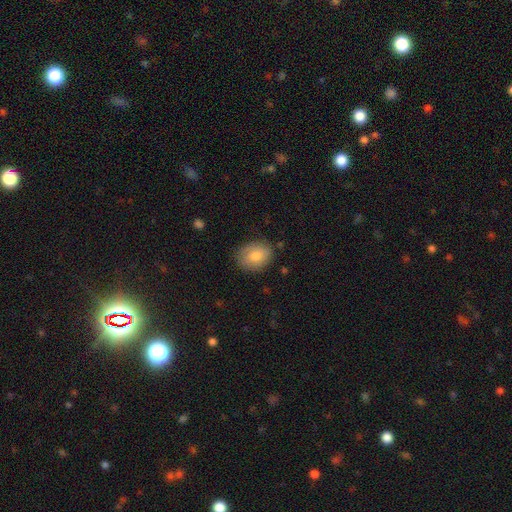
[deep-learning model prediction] This appears to be a smooth galaxy with no disk features (77%) that is in between round and cigar-shaped (61%). Merging: none (81%).